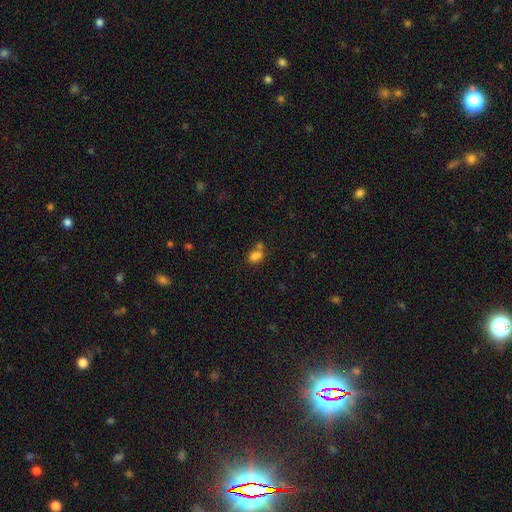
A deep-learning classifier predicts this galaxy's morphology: smooth_or_featured: smooth (p=0.75) [alt: star or artifact p=0.14]
how_rounded: in between (p=0.63) [alt: round p=0.36]
merging: merger (p=0.47) [alt: none p=0.36]